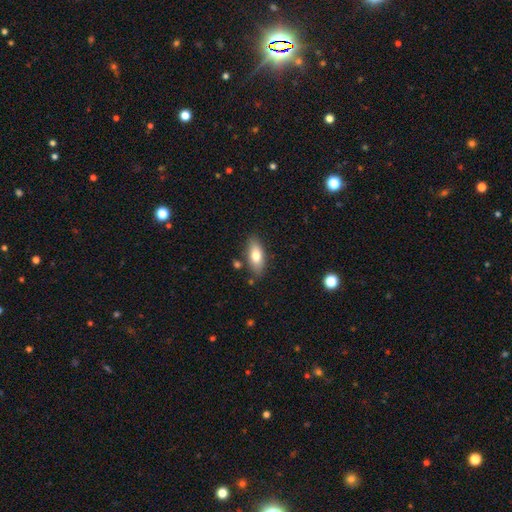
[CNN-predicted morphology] This appears to be a smooth galaxy with no disk features (76%) that is in between round and cigar-shaped (82%). Merging: none (81%).